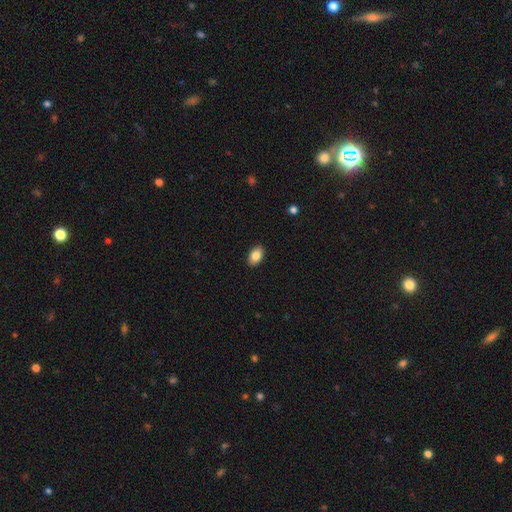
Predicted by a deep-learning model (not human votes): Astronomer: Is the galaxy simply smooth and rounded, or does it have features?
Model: smooth — 85%.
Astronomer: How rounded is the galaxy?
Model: in between — 90%.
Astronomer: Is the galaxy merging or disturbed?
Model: none — 90%.